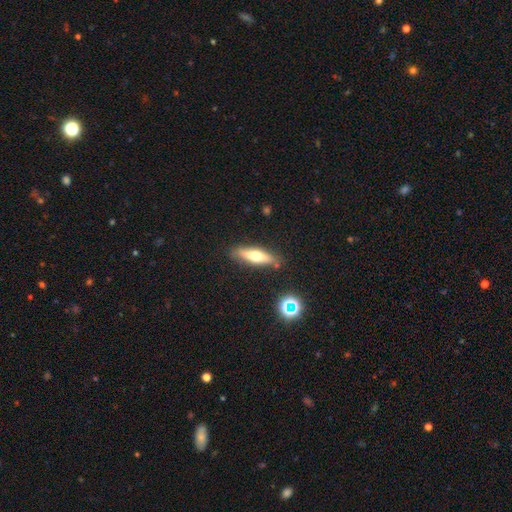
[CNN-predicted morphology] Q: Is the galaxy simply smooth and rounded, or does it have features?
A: smooth — 52%.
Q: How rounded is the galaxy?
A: cigar-shaped — 64%.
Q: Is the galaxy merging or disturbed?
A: none — 82%.